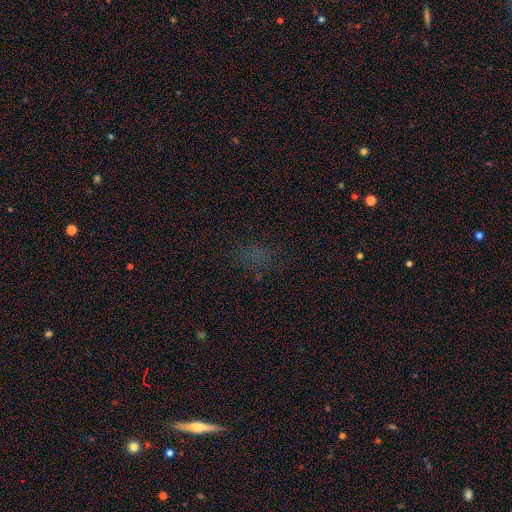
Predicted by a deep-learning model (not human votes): A smooth galaxy with no disk features (49%).

Vote fractions:
- Smooth or featured? smooth: 49% / star or artifact: 41% / featured or disk: 10%
- Merging? none: 72% / minor disturbance: 15% / major disturbance: 10% / merger: 3%